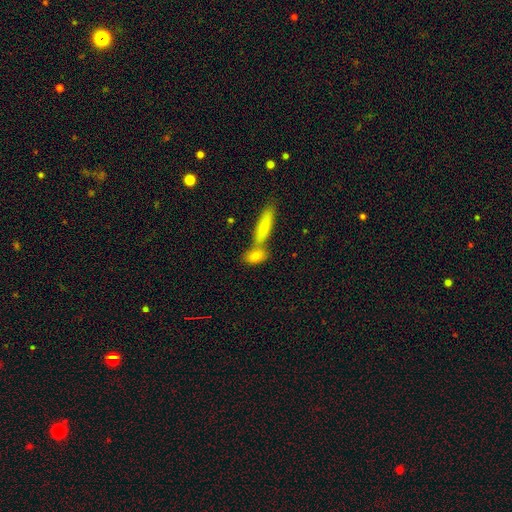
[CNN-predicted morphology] Smooth or featured?
  - smooth: 79% *
  - featured or disk: 14%
  - star or artifact: 7%
How rounded?
  - in between: 68% *
  - cigar-shaped: 23%
  - round: 8%
Merging?
  - none: 51% *
  - merger: 37%
  - minor disturbance: 9%
  - major disturbance: 3%